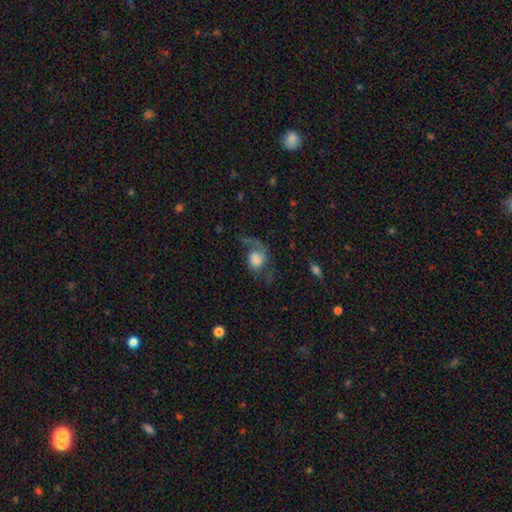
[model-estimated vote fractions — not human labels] Q: Smooth or featured?
A: featured or disk (57%); runner-up: smooth (30%)
Q: Edge-on disk?
A: no (96%); runner-up: yes (4%)
Q: Bar?
A: no (75%); runner-up: weak (21%)
Q: Spiral arms?
A: yes (84%); runner-up: no (16%)
Q: Bulge size?
A: large (42%); runner-up: moderate (25%)
Q: Merging?
A: major disturbance (40%); runner-up: none (38%)